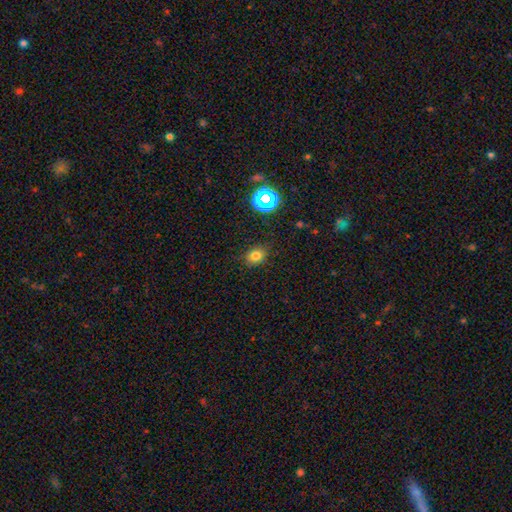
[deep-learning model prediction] Smooth or featured? smooth (76%)
How rounded? in between (52%)
Merging? none (84%)